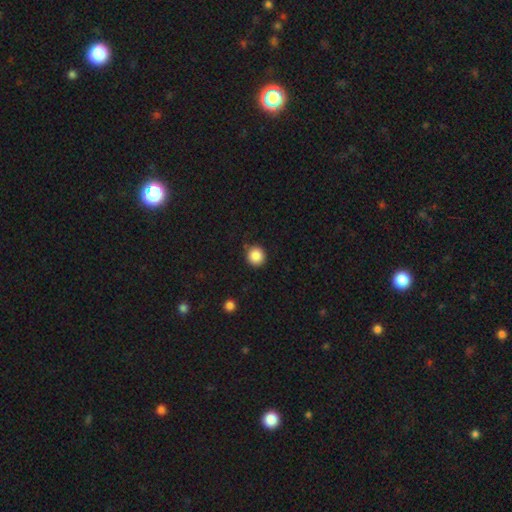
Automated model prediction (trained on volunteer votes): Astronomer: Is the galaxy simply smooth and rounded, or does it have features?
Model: smooth — 88%.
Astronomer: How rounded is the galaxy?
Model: round — 93%.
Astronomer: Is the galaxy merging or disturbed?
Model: none — 88%.